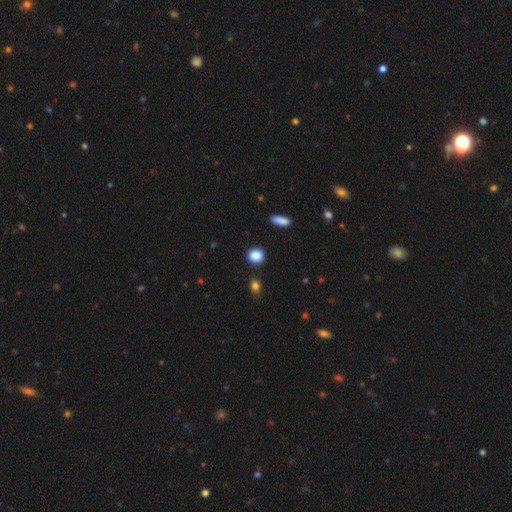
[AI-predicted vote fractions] Morphology: type=smooth (87%); roundness=round (77%); merging=none (88%).